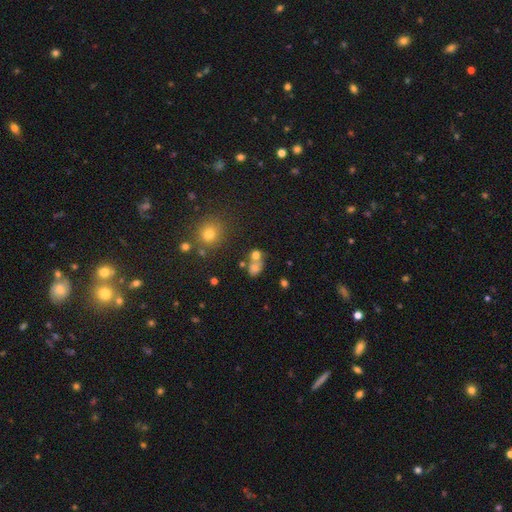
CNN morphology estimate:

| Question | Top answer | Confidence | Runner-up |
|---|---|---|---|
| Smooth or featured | smooth | 67% | star or artifact (17%) |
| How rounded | round | 62% | in between (37%) |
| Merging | merger | 49% | none (36%) |